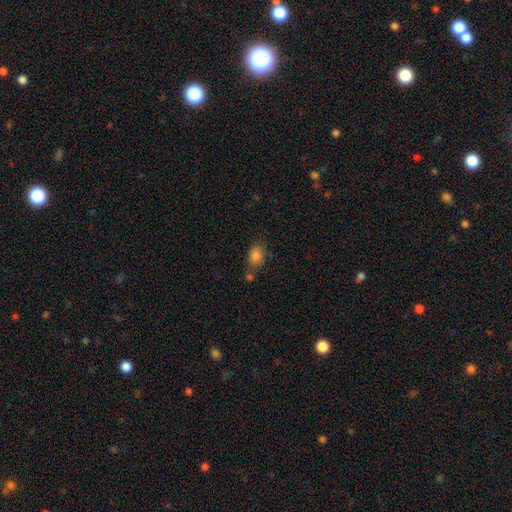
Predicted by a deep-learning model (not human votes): smooth_or_featured: smooth (p=0.84) [alt: star or artifact p=0.10]
how_rounded: in between (p=0.77) [alt: round p=0.21]
merging: none (p=0.62) [alt: minor disturbance p=0.17]